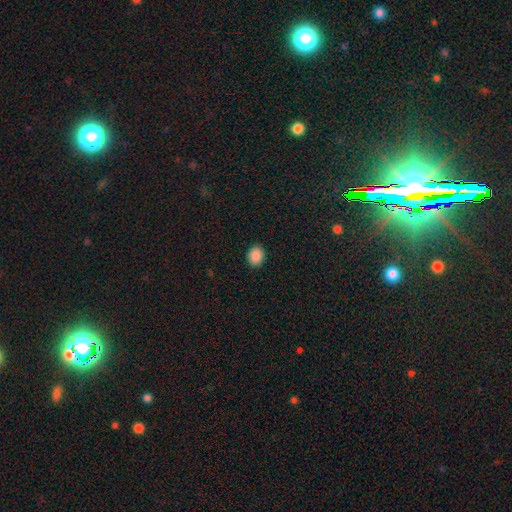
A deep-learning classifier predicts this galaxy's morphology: Smooth or featured? Predicted: smooth (p=0.89). How rounded? Predicted: round (p=0.50, tied with in between). Merging? Predicted: none (p=0.91).